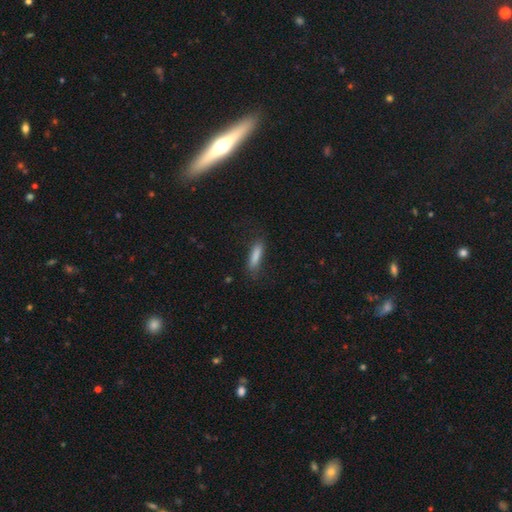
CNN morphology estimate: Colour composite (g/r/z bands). It shows a smooth galaxy with no disk features (83%) that is cigar-shaped (71%). Merging: none (74%).